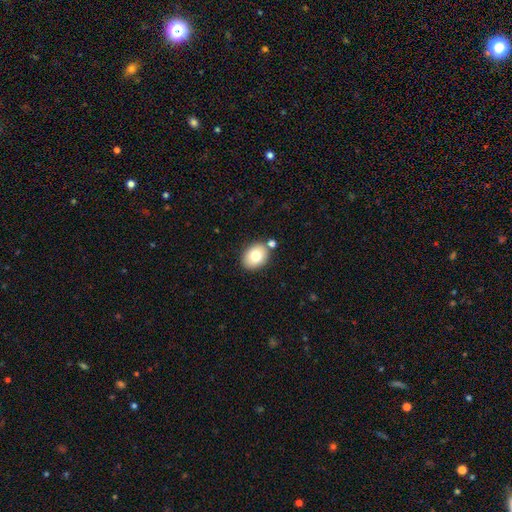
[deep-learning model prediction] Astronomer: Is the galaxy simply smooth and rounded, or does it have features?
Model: smooth — 78%.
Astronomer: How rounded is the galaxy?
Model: in between — 67%.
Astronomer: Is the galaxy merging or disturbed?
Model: none — 77%.